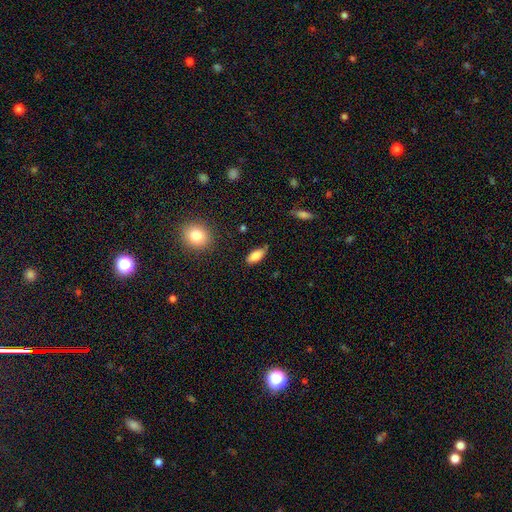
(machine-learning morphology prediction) This appears to be a smooth galaxy with no disk features (83%) that is in between round and cigar-shaped (87%). Merging: none (78%).